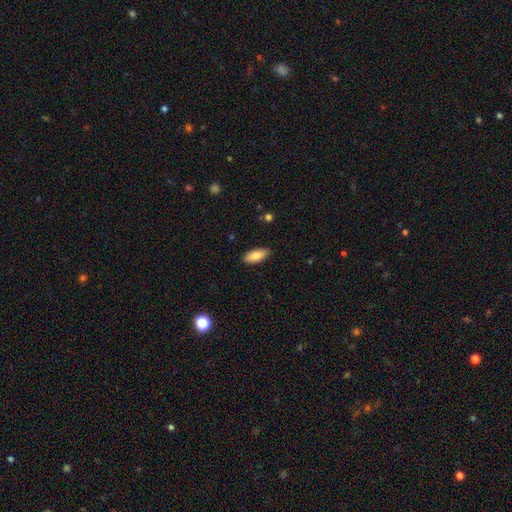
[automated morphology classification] This is clearly a smooth galaxy (83%). How rounded: clearly in between (86%). Merging: clearly none (86%).